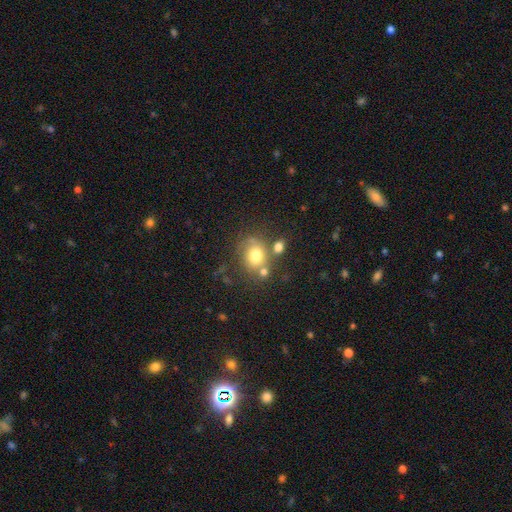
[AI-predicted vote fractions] Morphology: type=smooth (69%); roundness=round (63%); merging=none (52%).